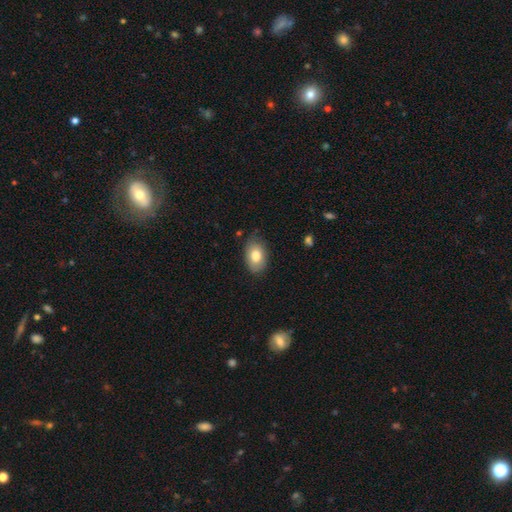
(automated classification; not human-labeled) smooth 78%, featured or disk 15%, star or artifact 7%. Down the decision tree: how rounded — in between (89%); merging — none (76%).